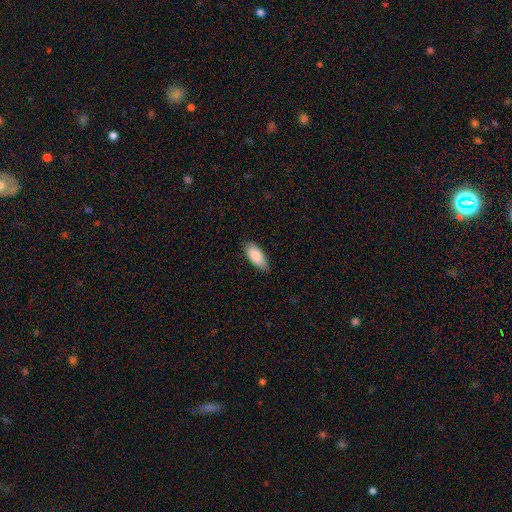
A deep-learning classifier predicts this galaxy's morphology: The model was most divided on "merging": none: 82%, minor disturbance: 15%, major disturbance: 2%, merger: 1%. More confident: how rounded — in between (88%); smooth or featured — smooth (88%).